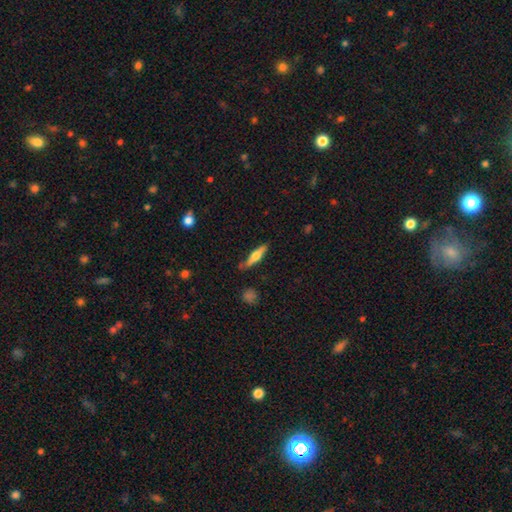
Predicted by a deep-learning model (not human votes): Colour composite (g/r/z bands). It shows a featured or disk galaxy (51%) viewed edge-on (94%). Merging: none (80%).